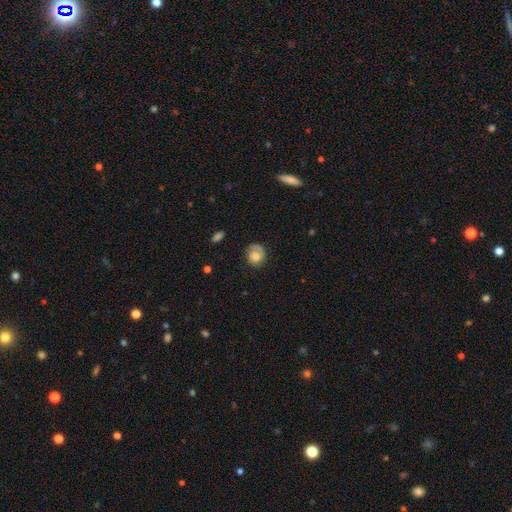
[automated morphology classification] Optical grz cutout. It shows a smooth galaxy with no disk features (58%) that is round (72%). Merging: none (62%).